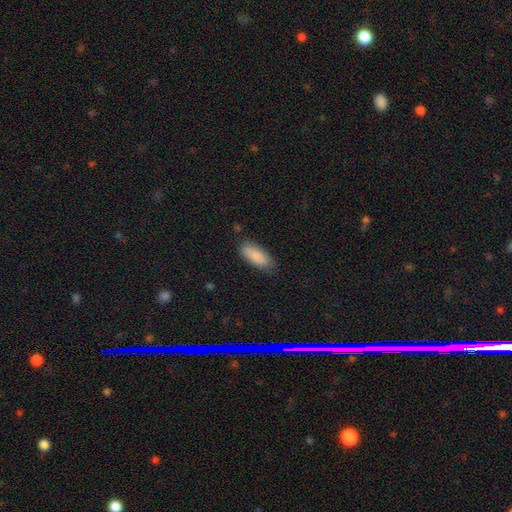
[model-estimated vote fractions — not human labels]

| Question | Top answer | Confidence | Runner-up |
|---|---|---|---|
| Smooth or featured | smooth | 88% | featured or disk (6%) |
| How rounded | in between | 81% | cigar-shaped (17%) |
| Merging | none | 83% | minor disturbance (13%) |